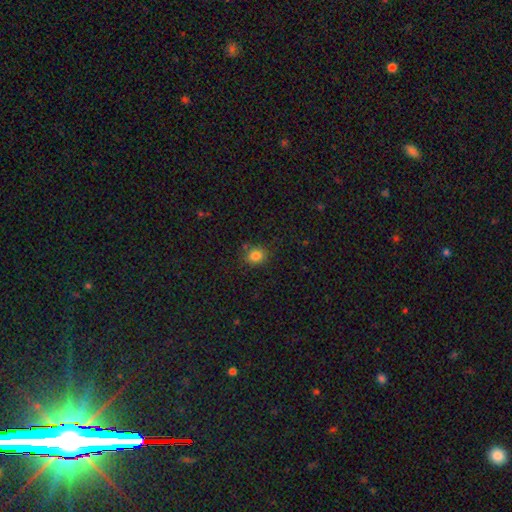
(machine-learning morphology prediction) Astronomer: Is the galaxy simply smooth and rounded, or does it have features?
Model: smooth — 83%.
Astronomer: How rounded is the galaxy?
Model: round — 72%.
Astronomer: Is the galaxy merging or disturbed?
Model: none — 83%.